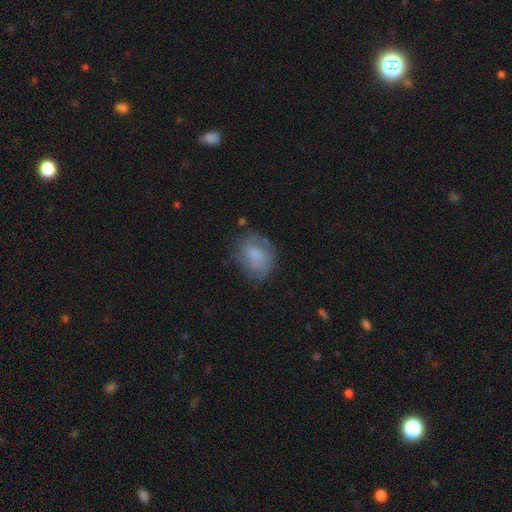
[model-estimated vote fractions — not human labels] Overall: smooth (64%; featured or disk 27%). How rounded: in between (54%; round 44%). Merging: none (59%; minor disturbance 26%).